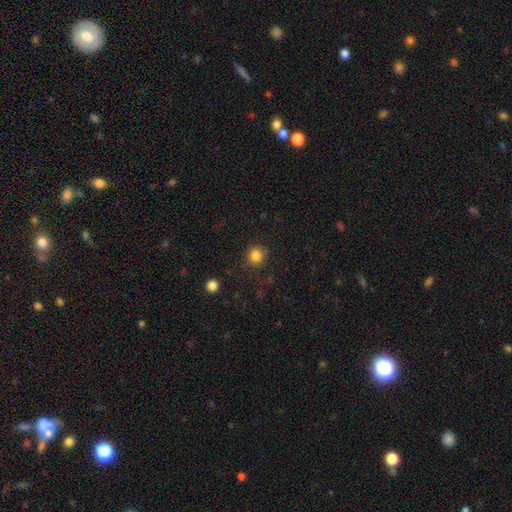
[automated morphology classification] Smooth or featured?
  - smooth: 84% *
  - star or artifact: 12%
  - featured or disk: 4%
How rounded?
  - round: 89% *
  - in between: 10%
  - cigar-shaped: 1%
Merging?
  - none: 85% *
  - minor disturbance: 10%
  - major disturbance: 3%
  - merger: 2%